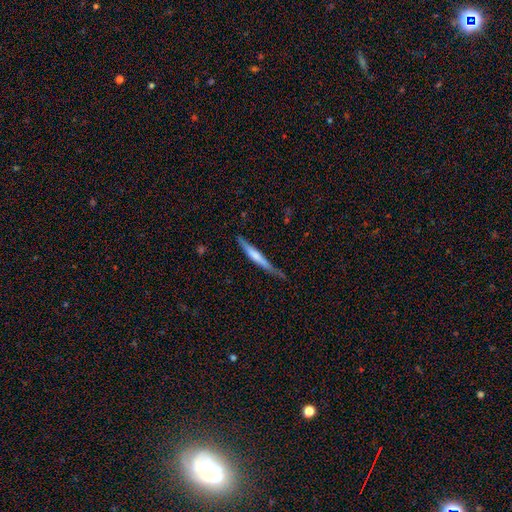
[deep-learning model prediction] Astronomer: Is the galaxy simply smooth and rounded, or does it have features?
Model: smooth — 51% (runner-up: featured or disk, 44%).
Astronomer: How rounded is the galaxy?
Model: cigar-shaped — 95%.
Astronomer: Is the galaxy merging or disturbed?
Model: none — 67%.